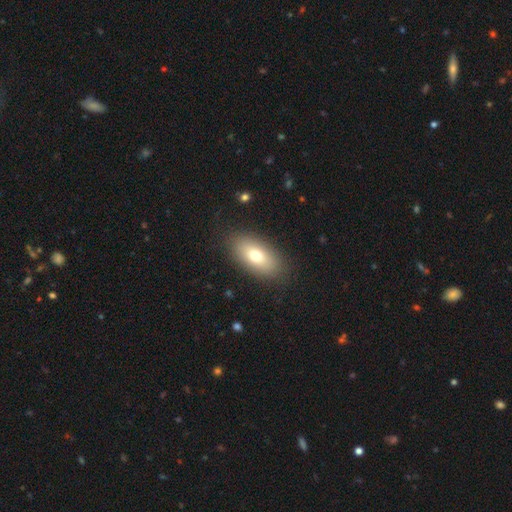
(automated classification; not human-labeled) Q: Smooth or featured?
A: smooth (74%); runner-up: featured or disk (18%)
Q: How rounded?
A: in between (90%); runner-up: cigar-shaped (5%)
Q: Merging?
A: none (86%); runner-up: minor disturbance (10%)